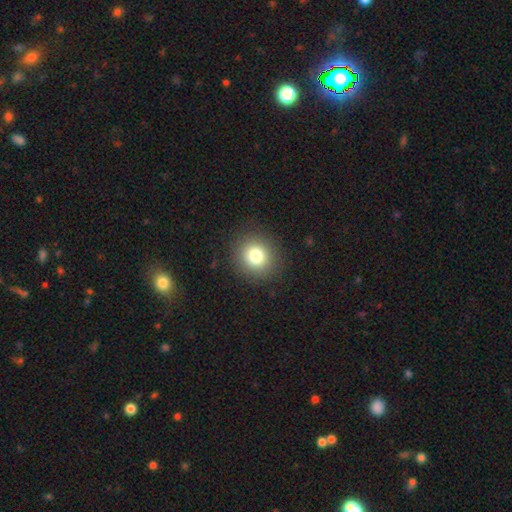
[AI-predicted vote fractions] Morphology: type=smooth (79%); roundness=round (89%); merging=none (90%).